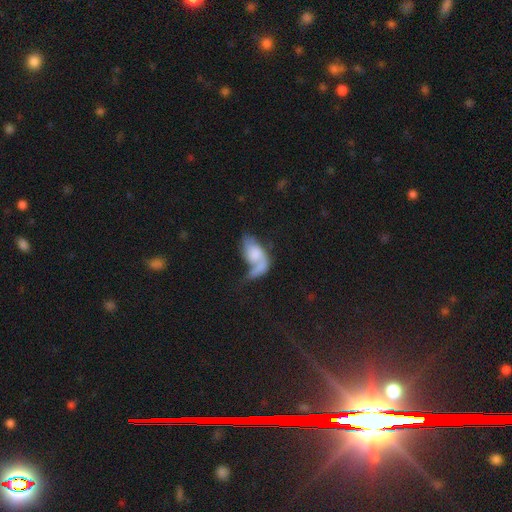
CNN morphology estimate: A featured or disk galaxy (49%). Merging: major disturbance (35%).